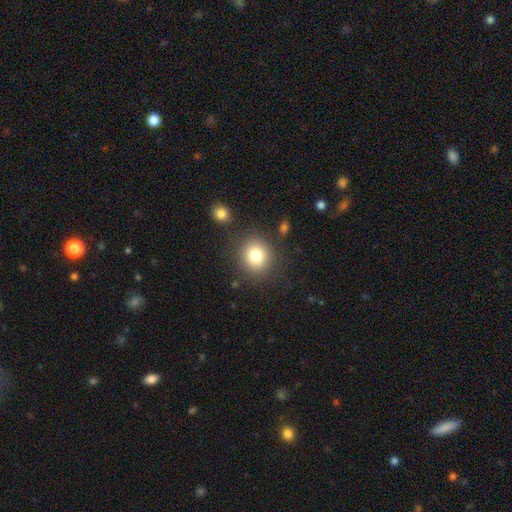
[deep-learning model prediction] The model was most divided on "smooth or featured": smooth: 80%, star or artifact: 11%, featured or disk: 9%. More confident: how rounded — round (85%); merging — none (84%).